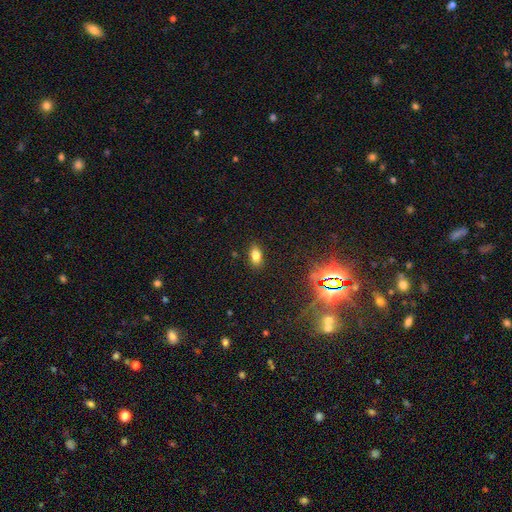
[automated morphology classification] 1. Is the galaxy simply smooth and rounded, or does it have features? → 77% smooth, 14% star or artifact, 10% featured or disk.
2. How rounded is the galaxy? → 87% in between, 7% round, 5% cigar-shaped.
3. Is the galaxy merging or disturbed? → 87% none, 9% minor disturbance, 2% major disturbance, 1% merger.